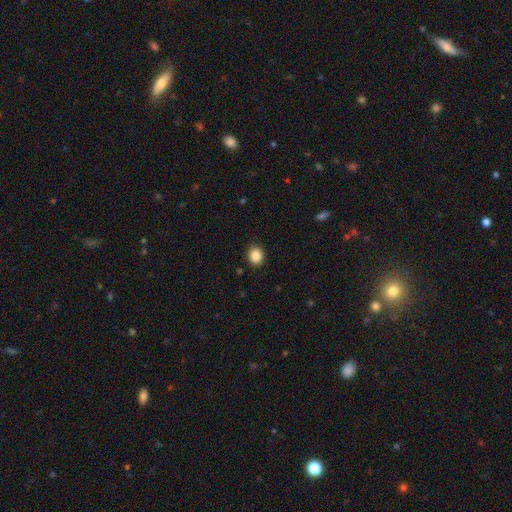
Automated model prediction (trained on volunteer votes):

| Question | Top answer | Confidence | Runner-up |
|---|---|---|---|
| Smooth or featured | smooth | 87% | star or artifact (9%) |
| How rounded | round | 66% | in between (33%) |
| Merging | none | 90% | minor disturbance (7%) |